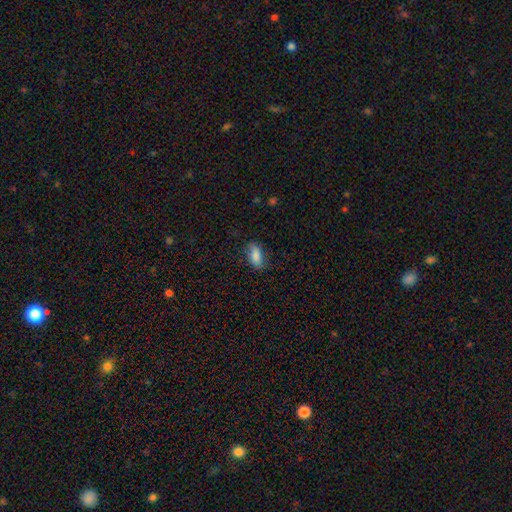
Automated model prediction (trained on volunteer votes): Smooth or featured?
  - smooth: 84% *
  - featured or disk: 8%
  - star or artifact: 8%
How rounded?
  - in between: 89% *
  - cigar-shaped: 7%
  - round: 4%
Merging?
  - none: 74% *
  - minor disturbance: 19%
  - major disturbance: 5%
  - merger: 1%